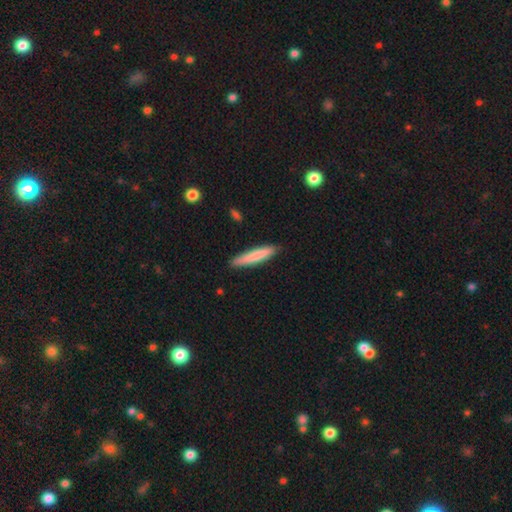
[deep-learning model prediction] smooth-or-featured: smooth: 79% | featured or disk: 15% | star or artifact: 5%
  how-rounded: cigar-shaped: 92% | in between: 7% | round: 1%
  merging: none: 88% | minor disturbance: 9% | major disturbance: 2% | merger: 1%